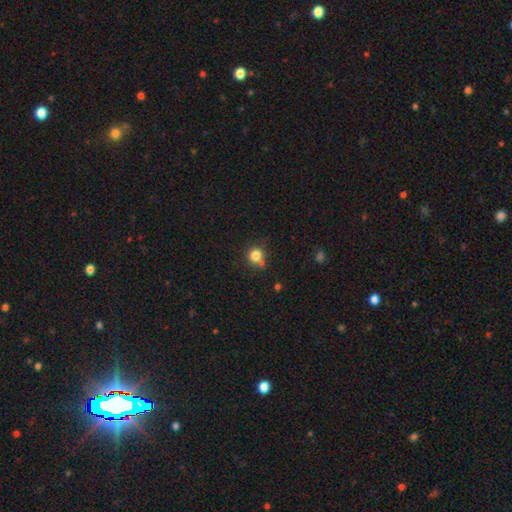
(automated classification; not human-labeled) A smooth galaxy with no disk features (82%) that is round (88%).

Vote fractions:
- Smooth or featured? smooth: 82% / star or artifact: 12% / featured or disk: 6%
- How rounded? round: 88% / in between: 11% / cigar-shaped: 1%
- Merging? none: 63% / merger: 19% / minor disturbance: 13% / major disturbance: 4%